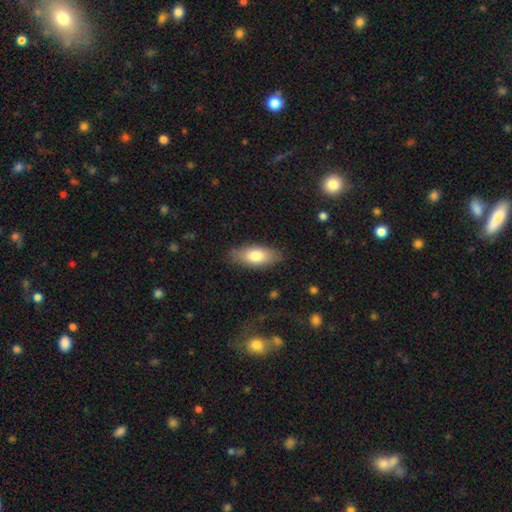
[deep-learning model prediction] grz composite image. It shows a smooth galaxy with no disk features (76%) that is in between round and cigar-shaped (82%). Merging: none (84%).